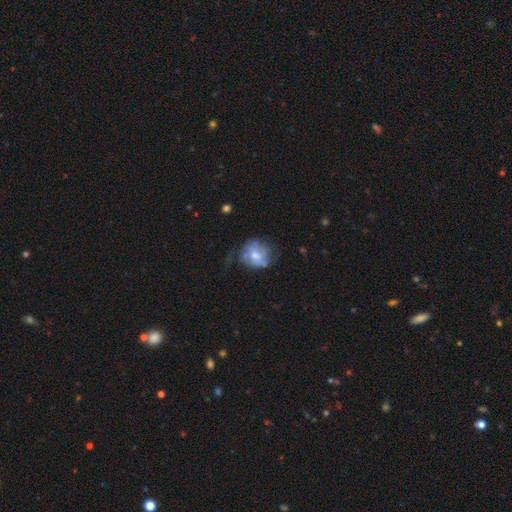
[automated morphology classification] The model was most divided on "smooth or featured": featured or disk: 46%, smooth: 45%, star or artifact: 8%. Remaining: merging — none (42%).